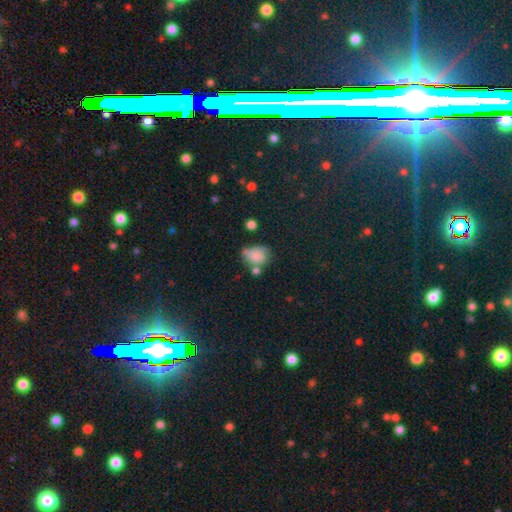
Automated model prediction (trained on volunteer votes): Morphology: type=smooth (74%); roundness=in between (53%); merging=none (36%).